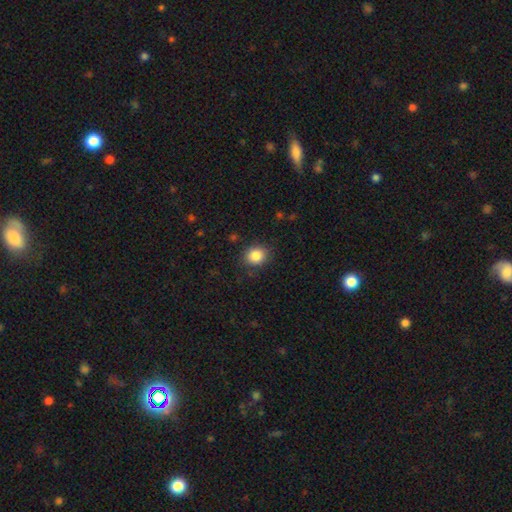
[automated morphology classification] The model was most divided on "how rounded": round: 65%, in between: 34%, cigar-shaped: 1%. More confident: merging — none (85%); smooth or featured — smooth (85%).